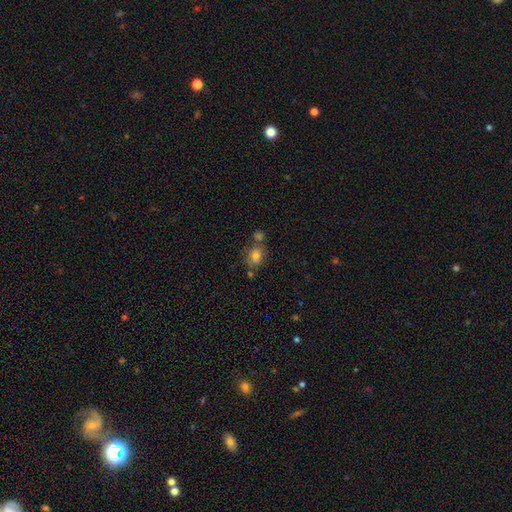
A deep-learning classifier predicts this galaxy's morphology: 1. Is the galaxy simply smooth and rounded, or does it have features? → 76% smooth, 13% featured or disk, 12% star or artifact.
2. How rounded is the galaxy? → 50% round, 49% in between, 1% cigar-shaped.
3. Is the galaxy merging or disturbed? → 57% none, 24% merger, 15% minor disturbance, 5% major disturbance.